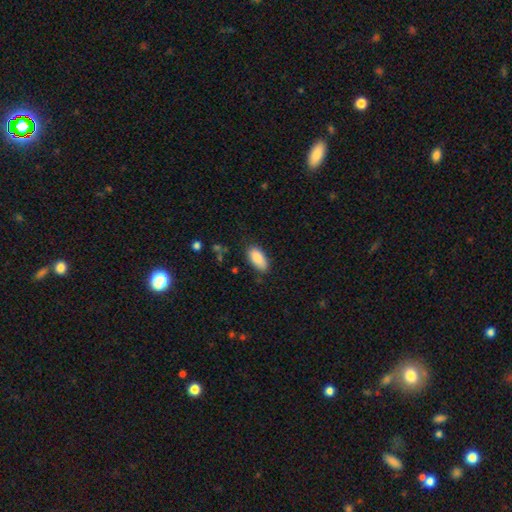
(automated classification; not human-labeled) smooth 88%, star or artifact 7%, featured or disk 5%. Down the decision tree: how rounded — in between (92%); merging — none (82%).